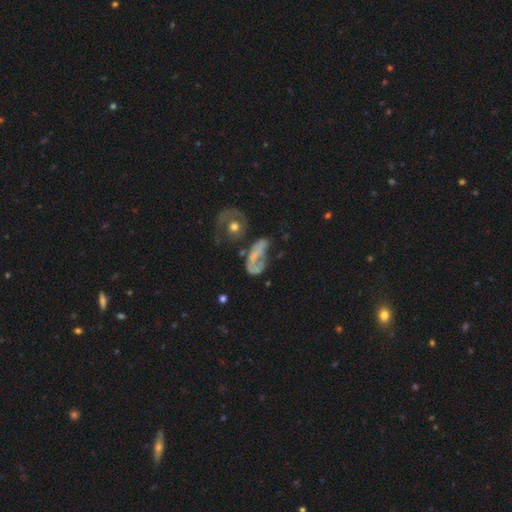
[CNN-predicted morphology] This is possibly a featured or disk galaxy (48%). Merging: marginally major disturbance (37%).